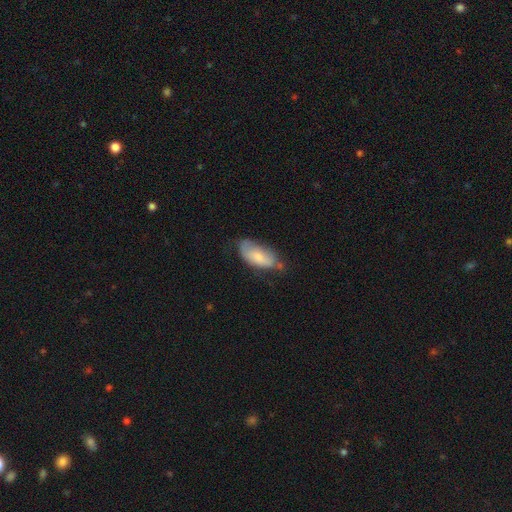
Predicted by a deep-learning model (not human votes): The model was most divided on "merging": none: 46%, minor disturbance: 38%, major disturbance: 12%, merger: 4%. More confident: how rounded — in between (88%); smooth or featured — smooth (67%).